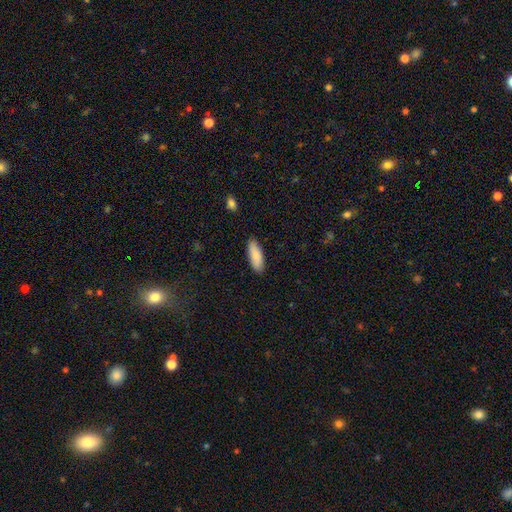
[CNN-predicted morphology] smooth_or_featured: smooth (p=0.87) [alt: featured or disk p=0.07]
how_rounded: in between (p=0.63) [alt: cigar-shaped p=0.35]
merging: none (p=0.88) [alt: minor disturbance p=0.09]